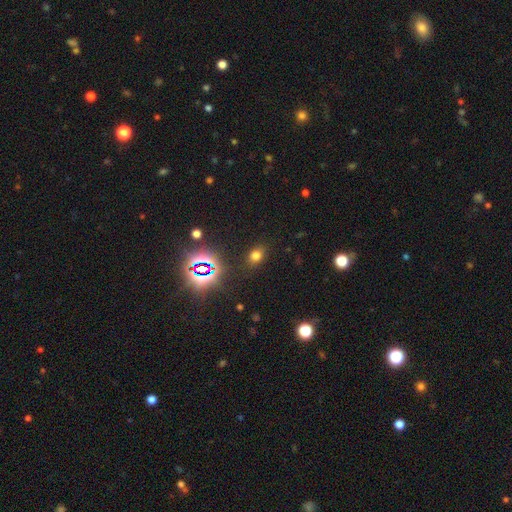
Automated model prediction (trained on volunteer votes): A smooth galaxy with no disk features (66%) that is in between round and cigar-shaped (60%). Merging: none (84%).